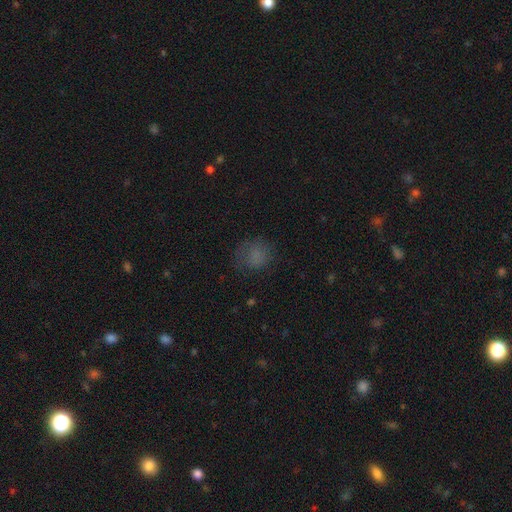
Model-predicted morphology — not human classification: smooth-or-featured: smooth: 73% | star or artifact: 16% | featured or disk: 11%
  how-rounded: round: 71% | in between: 28% | cigar-shaped: 1%
  merging: none: 64% | minor disturbance: 22% | major disturbance: 13% | merger: 1%